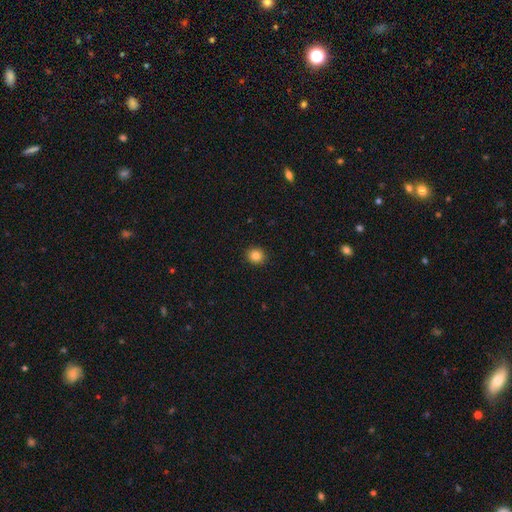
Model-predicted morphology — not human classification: A smooth galaxy with no disk features (84%) that is round (85%). Merging: none (92%).